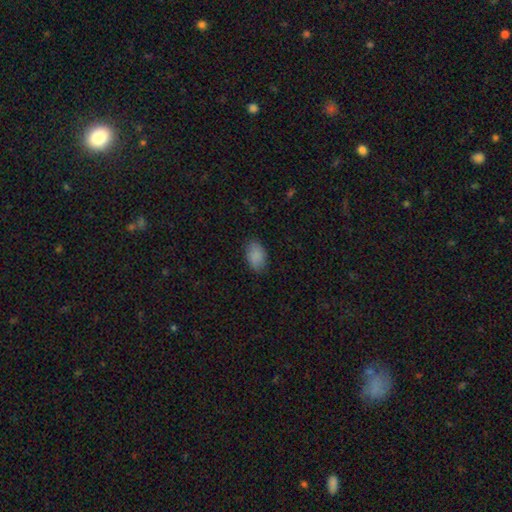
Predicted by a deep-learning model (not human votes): This is clearly a smooth galaxy (89%). How rounded: clearly in between (92%). Merging: clearly none (84%).